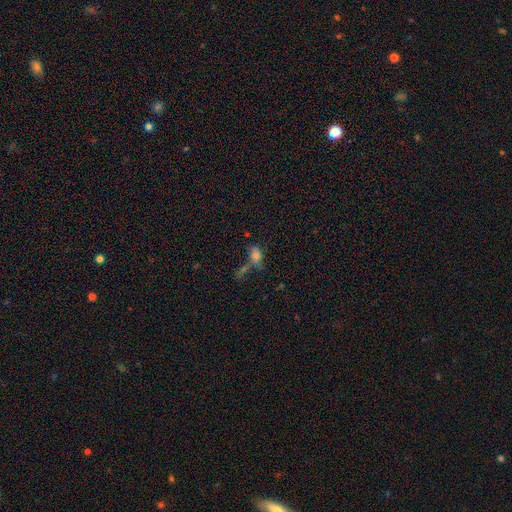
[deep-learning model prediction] Smooth or featured?
  - smooth: 66% *
  - star or artifact: 18%
  - featured or disk: 16%
How rounded?
  - in between: 76% *
  - round: 19%
  - cigar-shaped: 5%
Merging?
  - merger: 39% *
  - none: 32%
  - major disturbance: 15%
  - minor disturbance: 15%